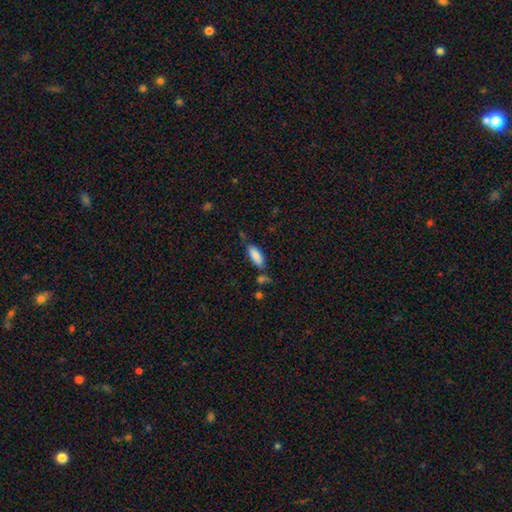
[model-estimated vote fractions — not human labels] smooth_or_featured: smooth (p=0.85) [alt: featured or disk p=0.09]
how_rounded: in between (p=0.75) [alt: cigar-shaped p=0.23]
merging: none (p=0.64) [alt: minor disturbance p=0.22]